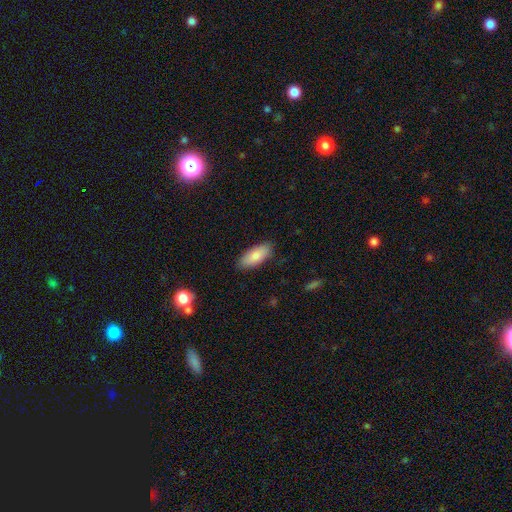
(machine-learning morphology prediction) Overall: smooth (82%). How rounded: in between (83%). Merging: none (86%).